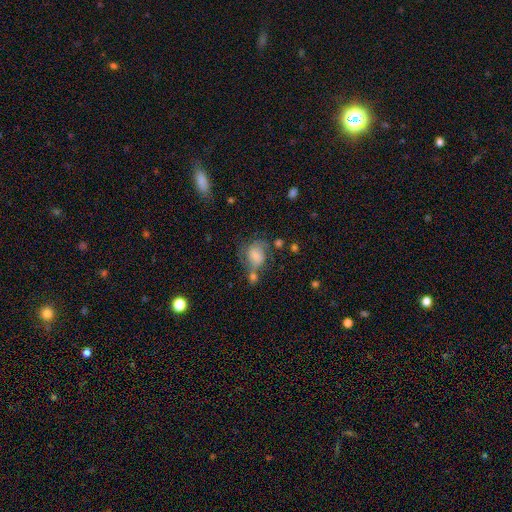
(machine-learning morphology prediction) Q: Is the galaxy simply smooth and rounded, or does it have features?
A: smooth — 57%.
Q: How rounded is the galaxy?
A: round — 50%.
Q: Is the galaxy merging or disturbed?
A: none — 35%.